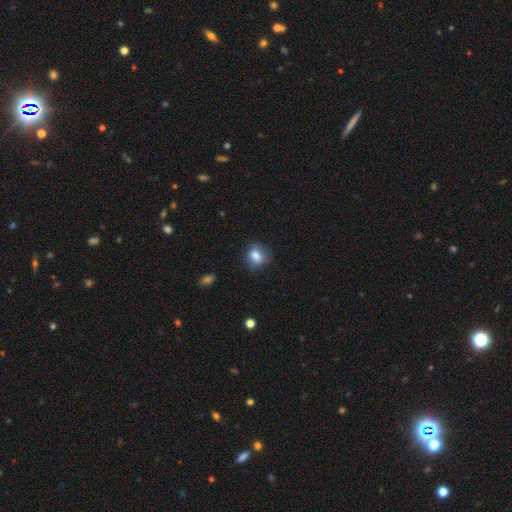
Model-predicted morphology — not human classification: Smooth or featured: smooth — 80% (featured or disk — 11%)
How rounded: round — 58% (in between — 41%)
Merging: none — 74% (minor disturbance — 20%)